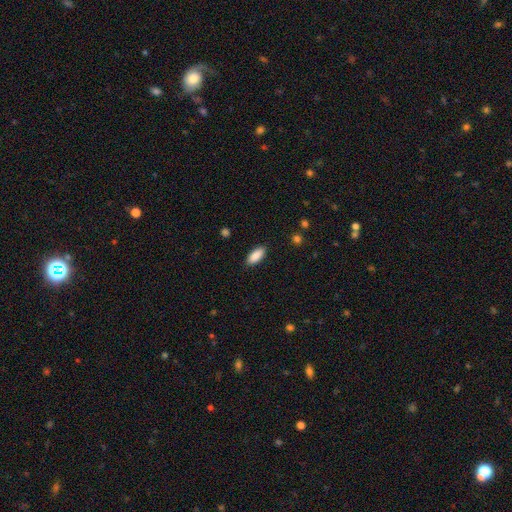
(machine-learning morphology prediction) Smooth or featured? smooth (89%)
How rounded? in between (86%)
Merging? none (89%)